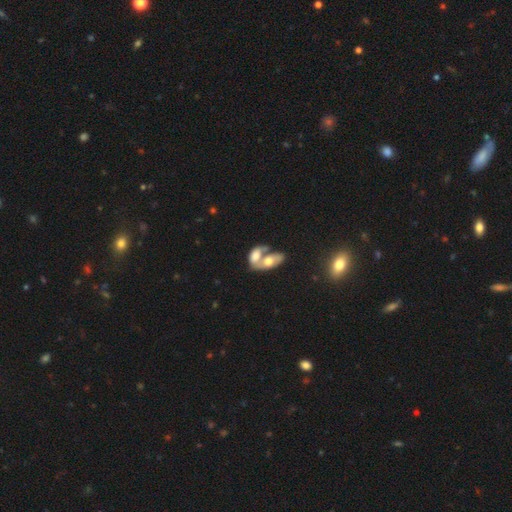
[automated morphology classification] Overall: smooth (53%; featured or disk 39%). How rounded: in between (89%). Merging: merger (79%).